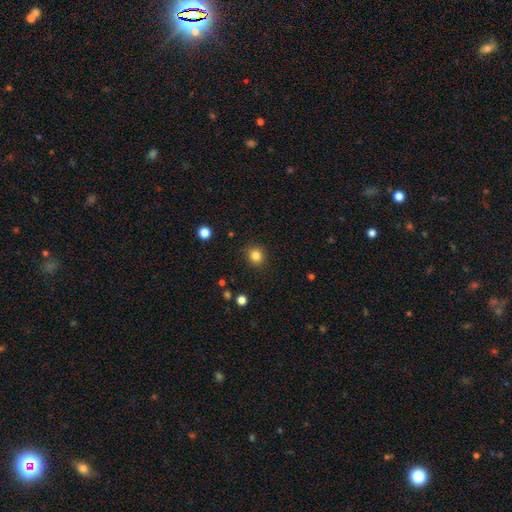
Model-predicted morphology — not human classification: Smooth or featured: smooth — 84% (star or artifact — 12%)
How rounded: round — 88% (in between — 12%)
Merging: none — 89% (minor disturbance — 7%)